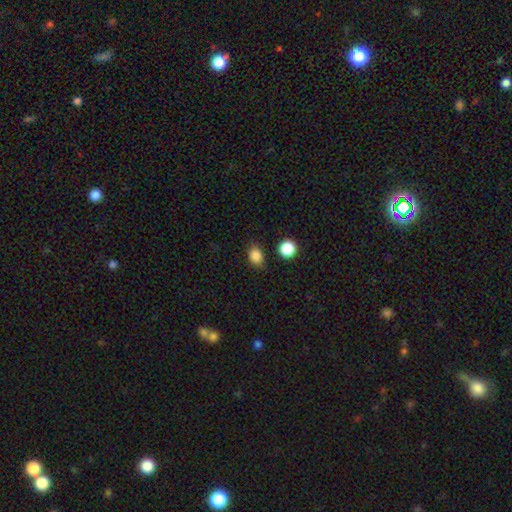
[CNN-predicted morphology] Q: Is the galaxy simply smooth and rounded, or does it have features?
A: smooth — 85%.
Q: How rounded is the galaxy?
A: in between — 54%.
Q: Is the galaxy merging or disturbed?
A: none — 78%.